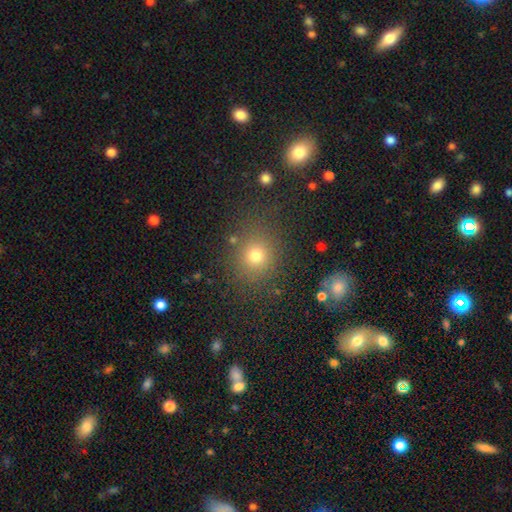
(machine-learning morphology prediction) This is likely a smooth galaxy (74%). How rounded: clearly round (81%). Merging: clearly none (80%).